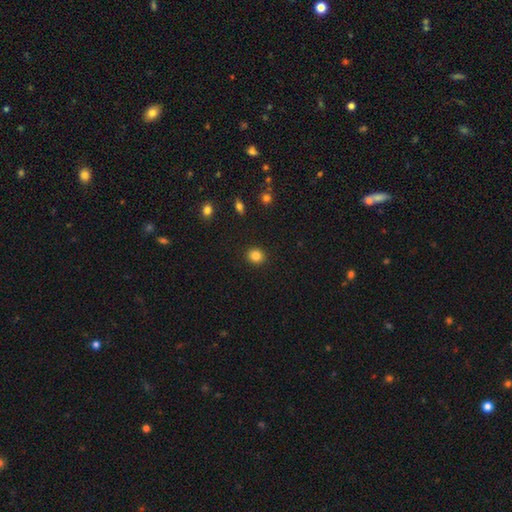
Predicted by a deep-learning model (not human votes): A smooth galaxy with no disk features (84%) that is round (82%).

Vote fractions:
- Smooth or featured? smooth: 84% / star or artifact: 11% / featured or disk: 5%
- How rounded? round: 82% / in between: 17% / cigar-shaped: 1%
- Merging? none: 92% / minor disturbance: 5% / major disturbance: 2% / merger: 1%